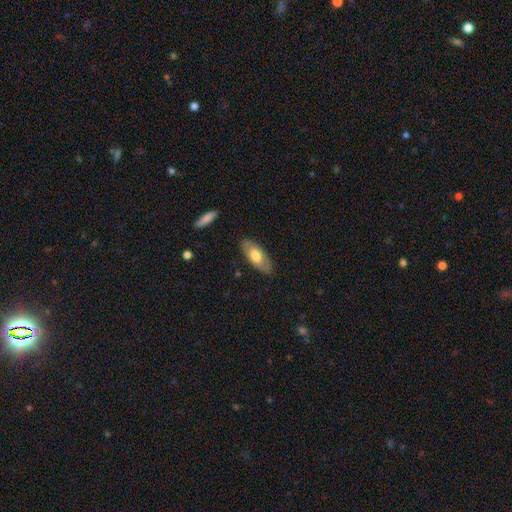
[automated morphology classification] type=smooth (64%); roundness=in between (84%); merging=none (84%).